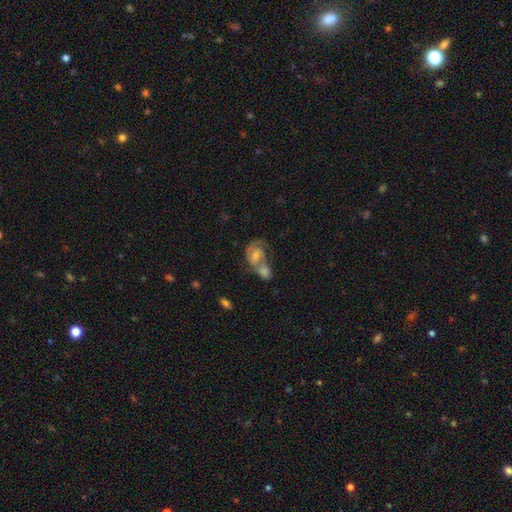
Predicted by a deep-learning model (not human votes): This is likely a featured or disk galaxy (63%). It is clearly not viewed edge-on (97%). Bar: possibly no (45%). Spiral arm pattern: clearly yes (87%). Spiral arm count: likely 2 (67%). Spiral winding: possibly medium (47%). Central bulge: marginally moderate (43%). Merging: likely merger (65%).